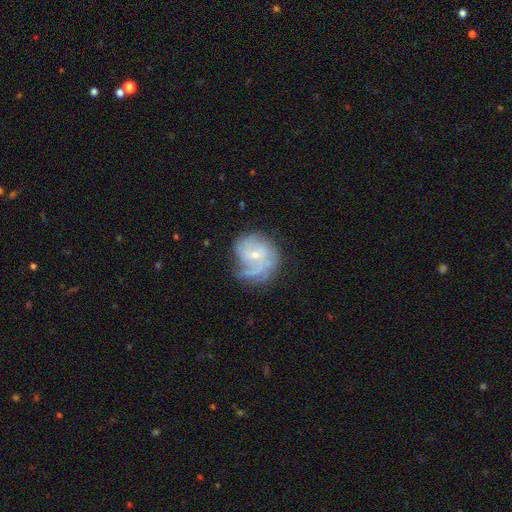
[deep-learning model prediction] Smooth or featured: featured or disk — 70% (smooth — 22%)
Edge-on disk: no — 98% (yes — 2%)
Bar: no — 58% (weak — 36%)
Spiral arms: yes — 85% (no — 15%)
Spiral winding: tight — 43% (medium — 36%)
Spiral arm count: can't tell — 37% (2 — 21%)
Bulge size: small — 67% (moderate — 29%)
Merging: none — 49% (minor disturbance — 27%)